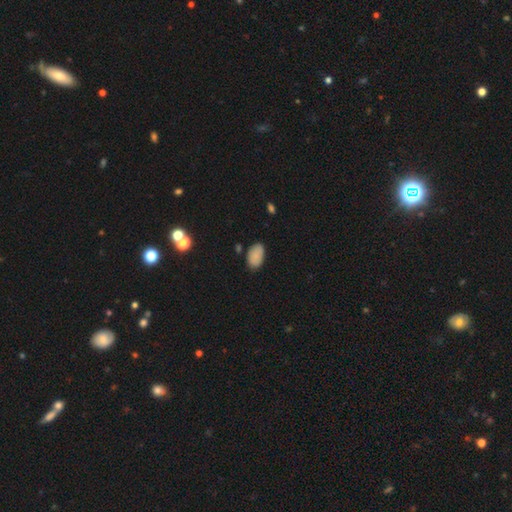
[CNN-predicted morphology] Smooth or featured?
  - smooth: 85% *
  - star or artifact: 9%
  - featured or disk: 7%
How rounded?
  - in between: 93% *
  - round: 6%
  - cigar-shaped: 1%
Merging?
  - none: 79% *
  - minor disturbance: 16%
  - major disturbance: 3%
  - merger: 2%